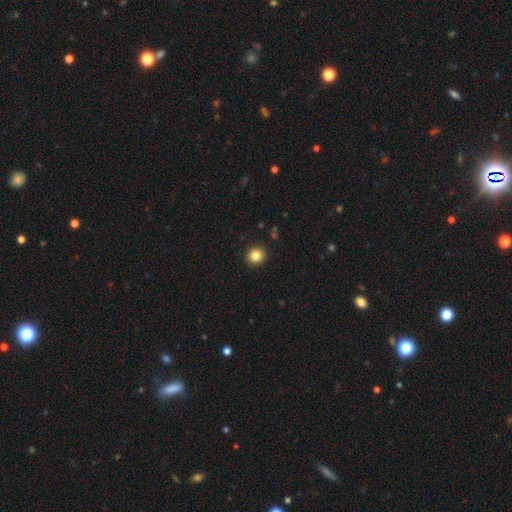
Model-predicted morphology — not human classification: A smooth galaxy with no disk features (84%) that is round (91%).

Vote fractions:
- Smooth or featured? smooth: 84% / star or artifact: 11% / featured or disk: 5%
- How rounded? round: 91% / in between: 8% / cigar-shaped: 1%
- Merging? none: 92% / minor disturbance: 5% / major disturbance: 2% / merger: 1%